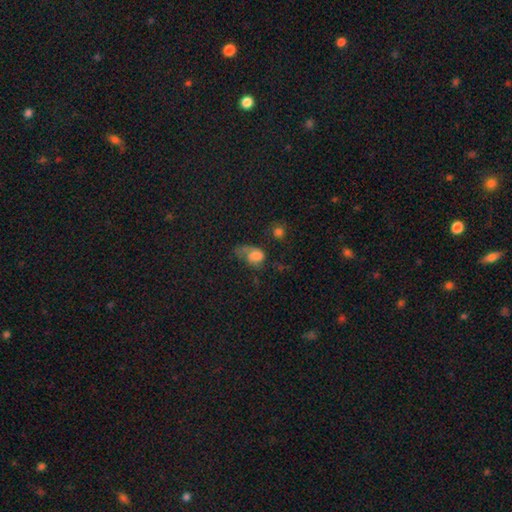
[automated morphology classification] The model was most divided on "merging": major disturbance: 46%, minor disturbance: 25%, none: 21%, merger: 8%. More confident: how rounded — in between (66%); smooth or featured — smooth (65%).